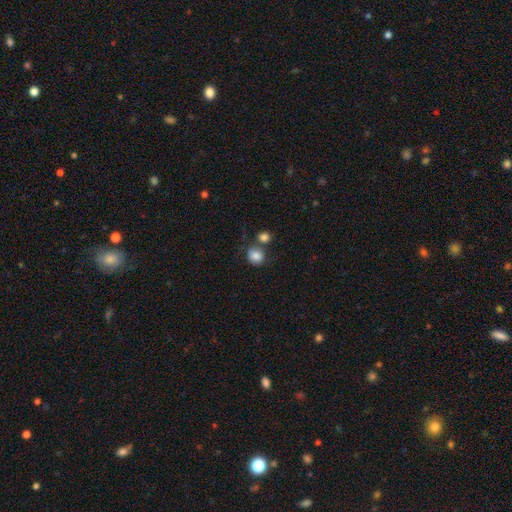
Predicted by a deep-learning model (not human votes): Smooth or featured?
  - smooth: 84% *
  - star or artifact: 9%
  - featured or disk: 7%
How rounded?
  - round: 78% *
  - in between: 21%
  - cigar-shaped: 1%
Merging?
  - none: 58% *
  - merger: 24%
  - minor disturbance: 13%
  - major disturbance: 5%